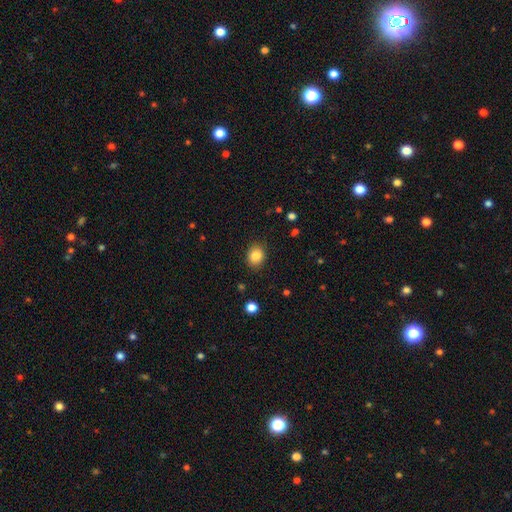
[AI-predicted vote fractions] Smooth or featured?
  - smooth: 85% *
  - star or artifact: 10%
  - featured or disk: 5%
How rounded?
  - round: 59% *
  - in between: 40%
  - cigar-shaped: 1%
Merging?
  - none: 87% *
  - minor disturbance: 9%
  - major disturbance: 3%
  - merger: 1%